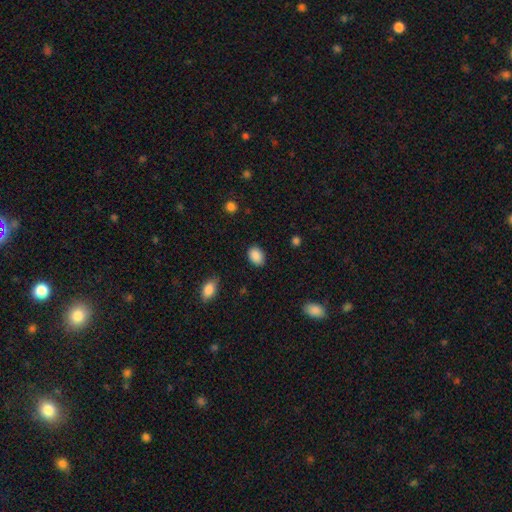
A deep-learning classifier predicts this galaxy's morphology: The model was most divided on "how rounded": in between: 76%, round: 23%, cigar-shaped: 1%. More confident: smooth or featured — smooth (89%); merging — none (86%).